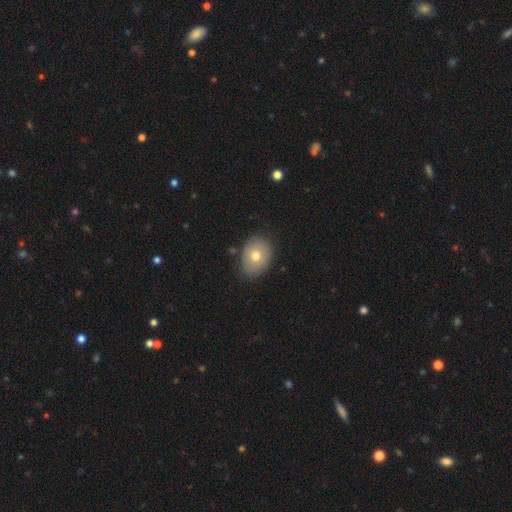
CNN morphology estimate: The model was most divided on "how rounded": in between: 69%, round: 30%, cigar-shaped: 1%. More confident: merging — none (79%); smooth or featured — smooth (70%).